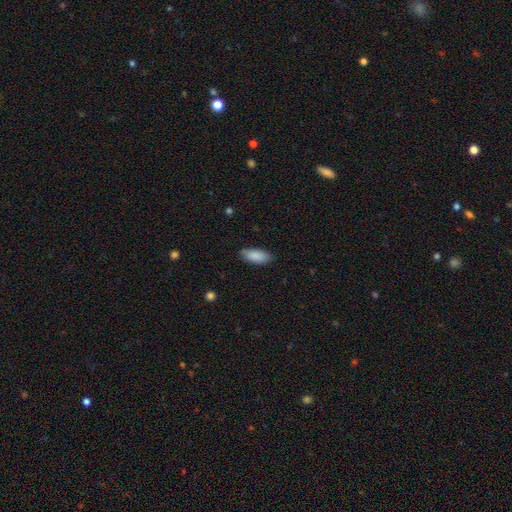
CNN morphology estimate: type=smooth (89%); roundness=in between (85%); merging=none (84%).